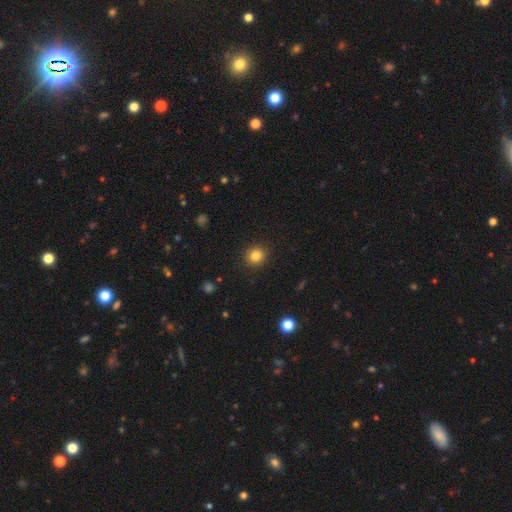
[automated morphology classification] This appears to be a smooth galaxy with no disk features (83%) that is round (89%). Merging: none (91%).